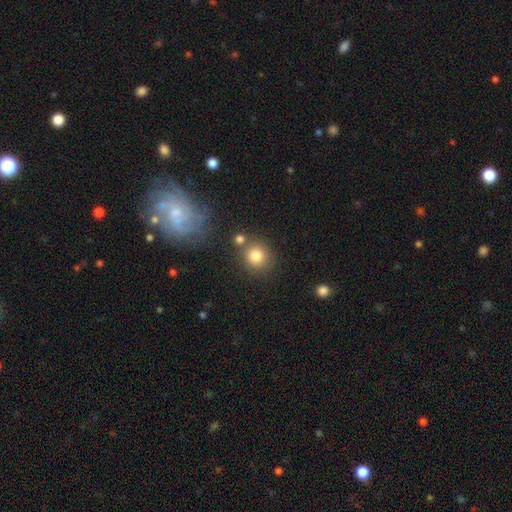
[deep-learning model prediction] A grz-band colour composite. It shows a smooth galaxy with no disk features (81%) that is round (86%). Merging: none (70%).